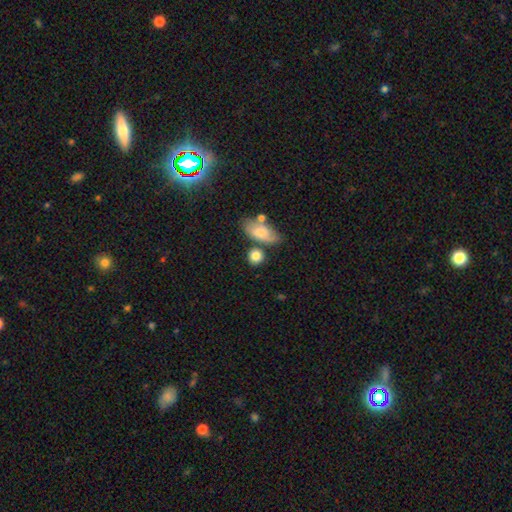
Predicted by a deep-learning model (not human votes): smooth_or_featured: smooth (p=0.83) [alt: featured or disk p=0.09]
how_rounded: round (p=0.75) [alt: in between p=0.22]
merging: none (p=0.66) [alt: merger p=0.16]